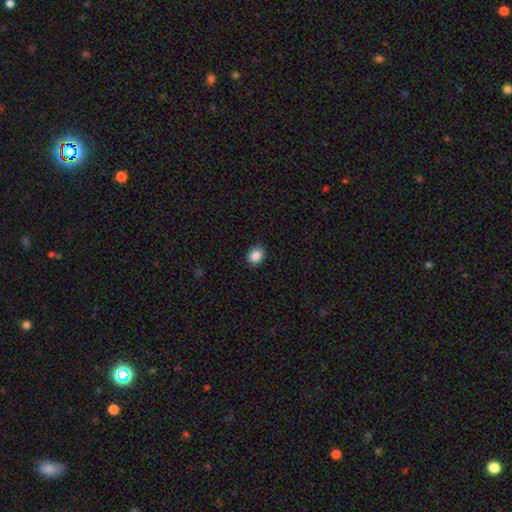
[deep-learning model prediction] smooth-or-featured: smooth: 86% | star or artifact: 9% | featured or disk: 4%
  how-rounded: round: 59% | in between: 40% | cigar-shaped: 1%
  merging: none: 89% | minor disturbance: 8% | major disturbance: 2% | merger: 1%